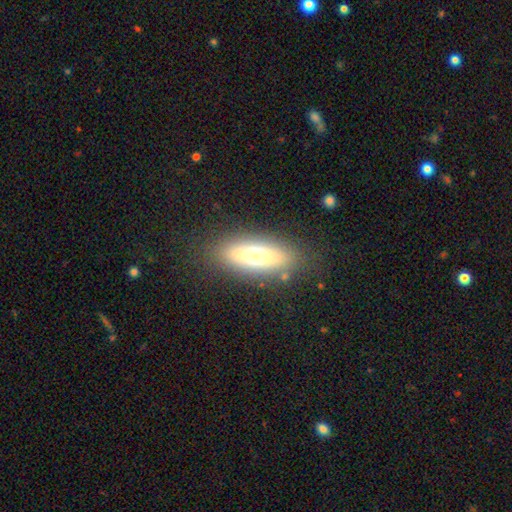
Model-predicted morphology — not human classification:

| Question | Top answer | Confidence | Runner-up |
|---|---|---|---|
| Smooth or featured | smooth | 64% | featured or disk (27%) |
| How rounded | in between | 61% | cigar-shaped (35%) |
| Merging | none | 83% | minor disturbance (11%) |